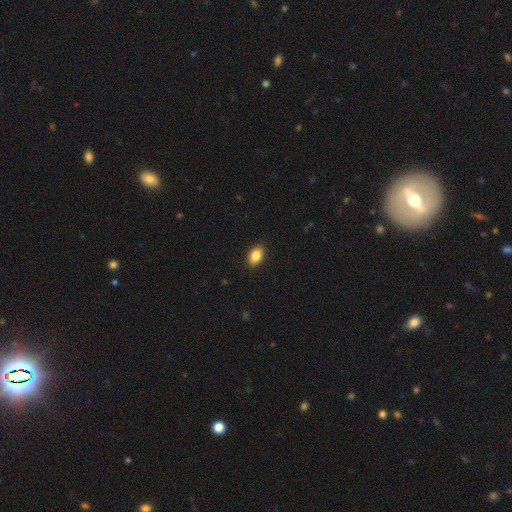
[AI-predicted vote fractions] Overall: smooth (85%). How rounded: in between (88%). Merging: none (90%).